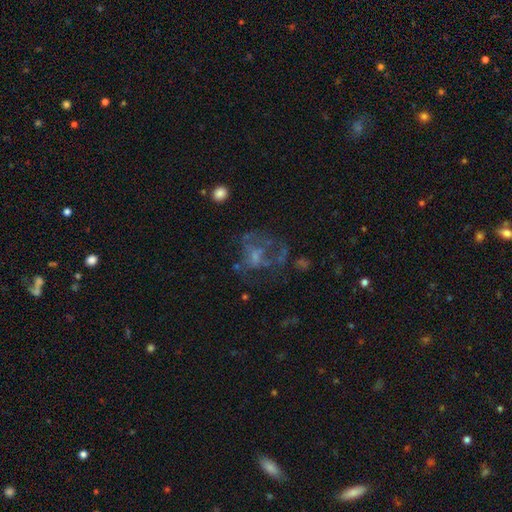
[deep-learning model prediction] Smooth or featured? featured or disk (54%)
Edge-on disk? no (98%)
Bar? no (80%)
Spiral arms? no (80%)
Bulge size? none (46%)
Merging? major disturbance (42%)